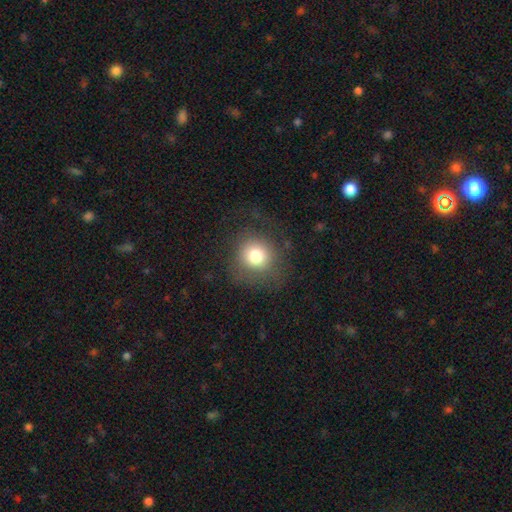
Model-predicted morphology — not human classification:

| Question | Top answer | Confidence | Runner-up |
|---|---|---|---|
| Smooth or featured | smooth | 75% | star or artifact (13%) |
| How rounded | round | 90% | in between (9%) |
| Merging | none | 73% | minor disturbance (14%) |